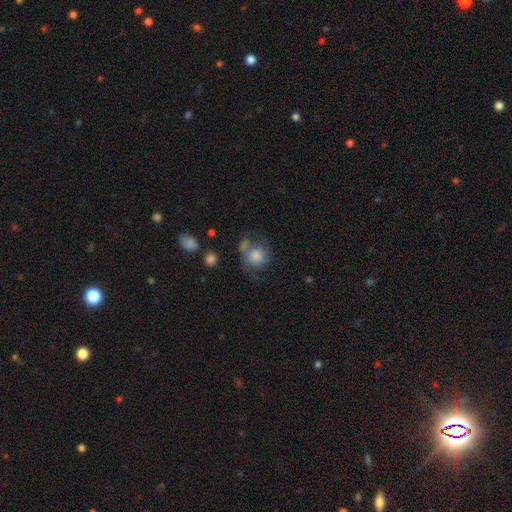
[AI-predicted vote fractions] Morphology: type=smooth (58%); roundness=round (81%); merging=none (42%).